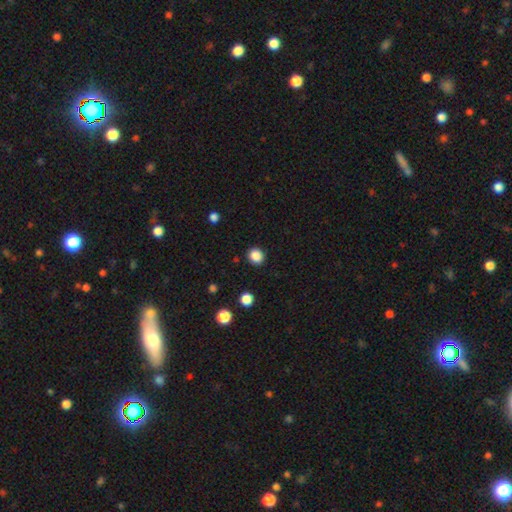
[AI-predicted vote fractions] A smooth galaxy with no disk features (86%) that is round (79%).

Vote fractions:
- Smooth or featured? smooth: 86% / star or artifact: 11% / featured or disk: 3%
- How rounded? round: 79% / in between: 20% / cigar-shaped: 1%
- Merging? none: 90% / minor disturbance: 6% / major disturbance: 2% / merger: 1%